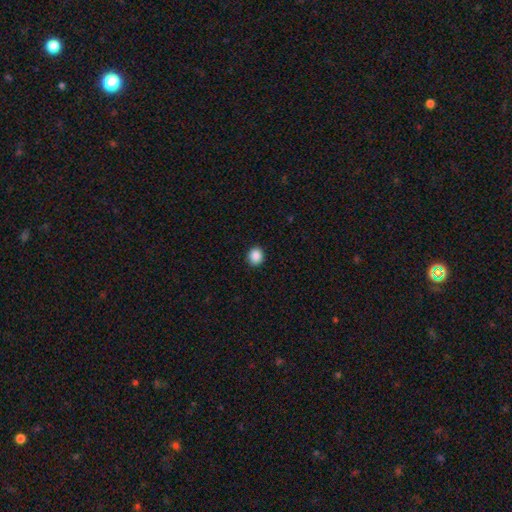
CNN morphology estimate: Smooth or featured? Predicted: smooth (p=0.88). How rounded? Predicted: round (p=0.80). Merging? Predicted: none (p=0.91).